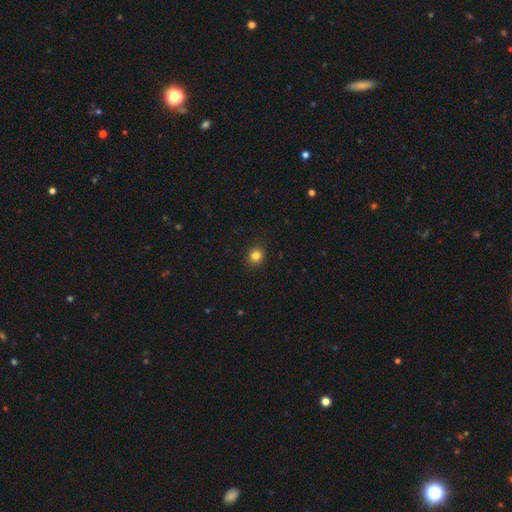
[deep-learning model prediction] A smooth galaxy with no disk features (84%) that is round (80%).

Vote fractions:
- Smooth or featured? smooth: 84% / star or artifact: 12% / featured or disk: 5%
- How rounded? round: 80% / in between: 19% / cigar-shaped: 1%
- Merging? none: 90% / minor disturbance: 7% / major disturbance: 2% / merger: 1%